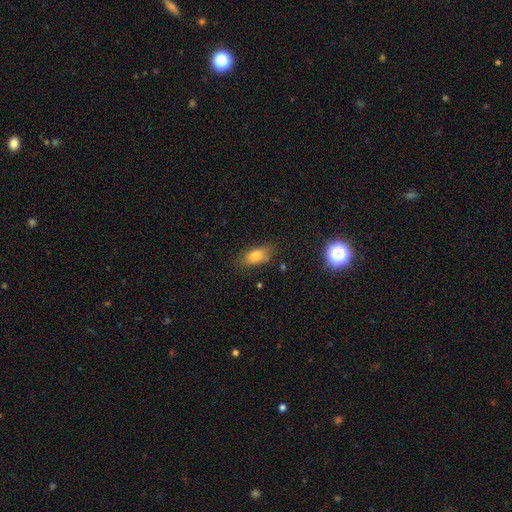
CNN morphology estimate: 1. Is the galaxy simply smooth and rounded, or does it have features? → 78% smooth, 13% featured or disk, 10% star or artifact.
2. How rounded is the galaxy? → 85% in between, 10% cigar-shaped, 6% round.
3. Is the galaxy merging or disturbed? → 77% none, 17% minor disturbance, 4% major disturbance, 2% merger.